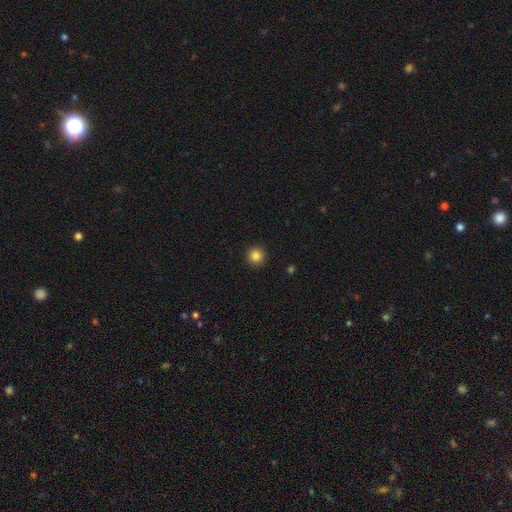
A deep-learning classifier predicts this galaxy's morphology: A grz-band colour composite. It shows a smooth galaxy with no disk features (84%) that is round (96%). Merging: none (93%).